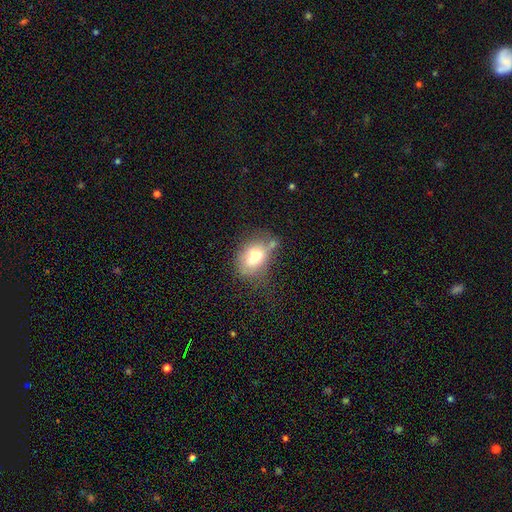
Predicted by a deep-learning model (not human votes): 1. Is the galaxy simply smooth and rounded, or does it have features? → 69% smooth, 21% featured or disk, 10% star or artifact.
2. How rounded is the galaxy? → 77% in between, 21% round, 2% cigar-shaped.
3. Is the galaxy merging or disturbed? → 41% none, 28% minor disturbance, 16% merger, 15% major disturbance.